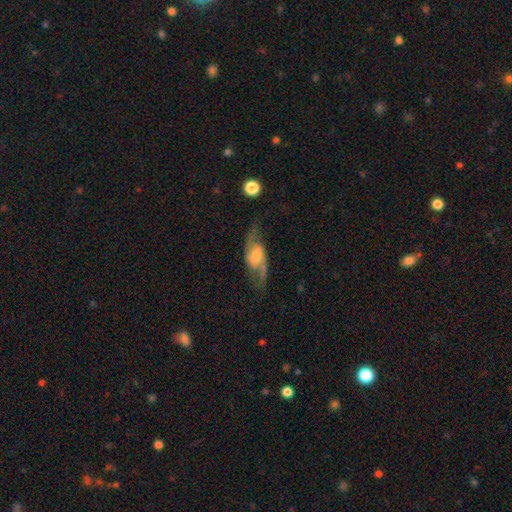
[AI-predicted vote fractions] Smooth or featured? Predicted: featured or disk (p=0.80). Edge-on disk? Predicted: no (p=0.90). Bar? Predicted: weak (p=0.44). Spiral arms? Predicted: yes (p=0.94). Spiral winding? Predicted: loose (p=0.51). Spiral arm count? Predicted: 2 (p=0.91). Bulge size? Predicted: moderate (p=0.51). Merging? Predicted: none (p=0.72).